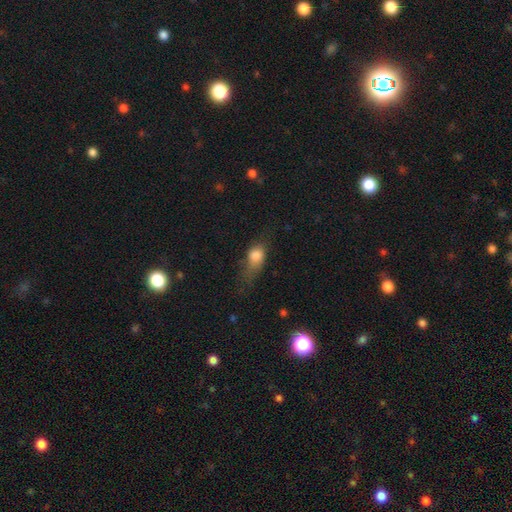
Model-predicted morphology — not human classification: This appears to be a smooth galaxy with no disk features (76%) that is in between round and cigar-shaped (67%). Merging: minor disturbance (32%, tied with major disturbance and none).